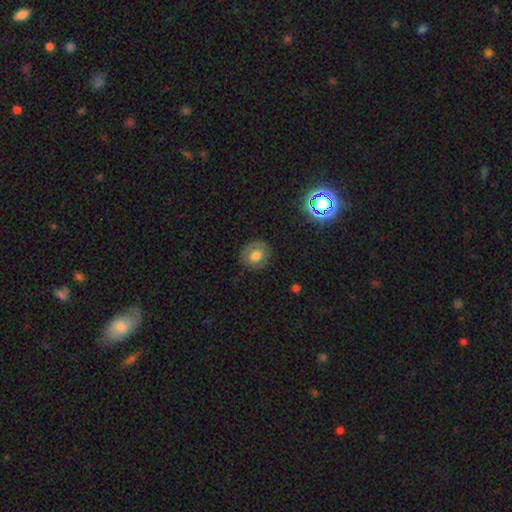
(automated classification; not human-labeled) This is likely a smooth galaxy (62%). How rounded: likely round (71%). Merging: clearly none (81%).